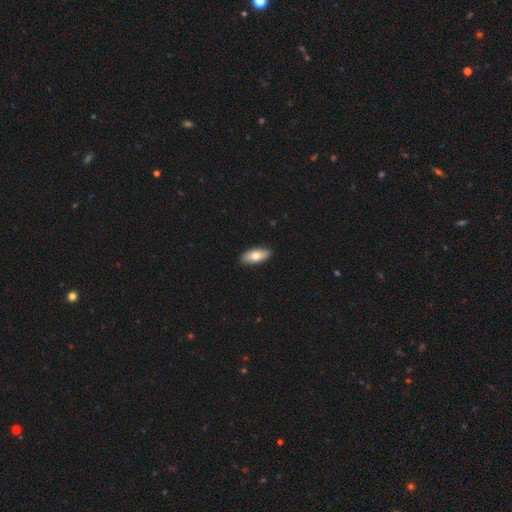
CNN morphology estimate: Smooth or featured? smooth (75%)
How rounded? in between (85%)
Merging? none (91%)